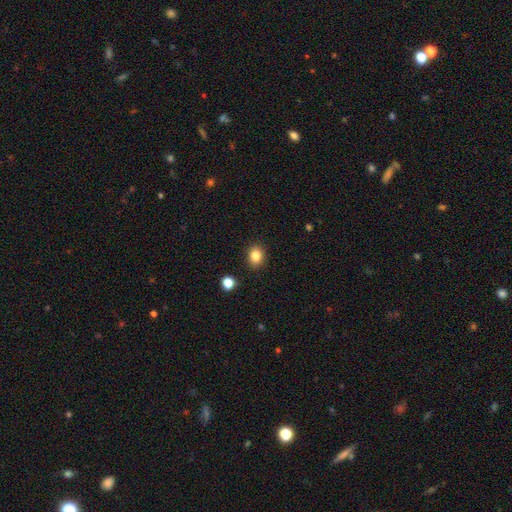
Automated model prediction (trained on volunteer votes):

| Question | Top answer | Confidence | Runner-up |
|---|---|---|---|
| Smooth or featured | smooth | 84% | star or artifact (11%) |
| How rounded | round | 56% | in between (43%) |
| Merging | none | 90% | minor disturbance (7%) |